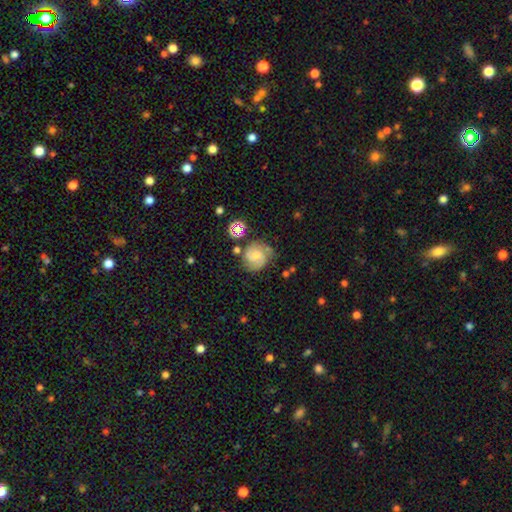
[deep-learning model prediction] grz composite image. It shows a featured or disk galaxy (71%) with no bar (59%), 2 (74%) medium (45%) spiral arms (95%) and a small central bulge (51%). Merging: none (64%).